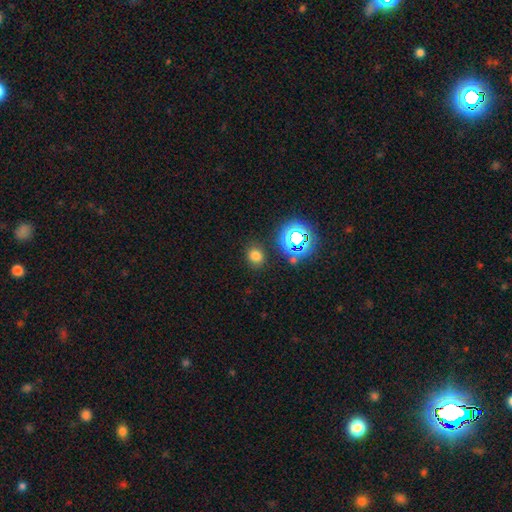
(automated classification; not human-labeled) This is likely a smooth galaxy (71%). How rounded: likely round (62%). Merging: clearly none (84%).